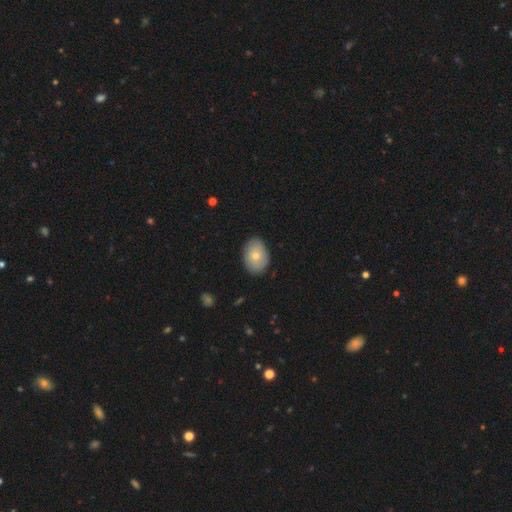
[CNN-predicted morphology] smooth_or_featured: smooth (p=0.70) [alt: featured or disk p=0.23]
how_rounded: in between (p=0.74) [alt: round p=0.25]
merging: none (p=0.83) [alt: minor disturbance p=0.13]